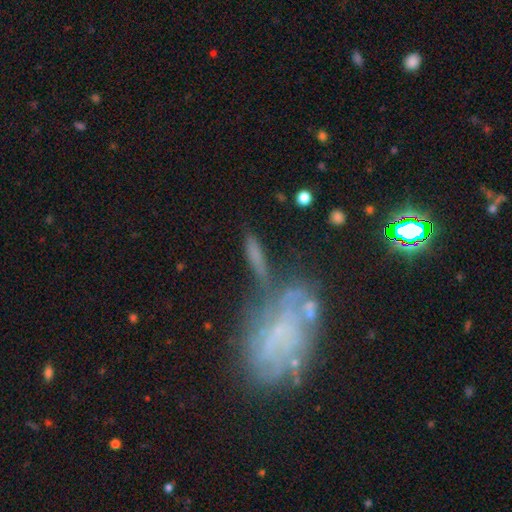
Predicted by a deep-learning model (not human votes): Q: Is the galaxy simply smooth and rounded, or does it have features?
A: smooth — 50%.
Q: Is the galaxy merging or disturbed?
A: none — 52%.